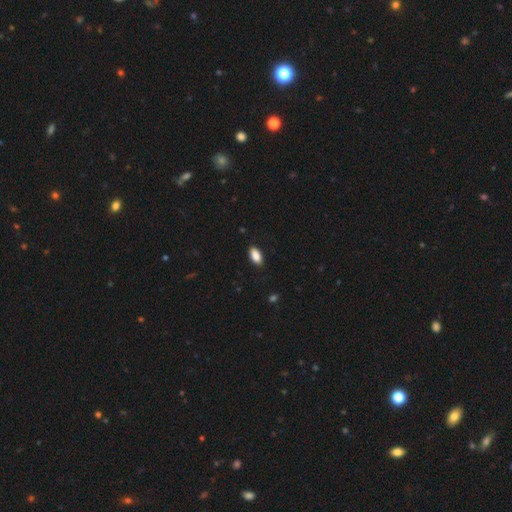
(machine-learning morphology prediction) Q: Smooth or featured?
A: smooth (88%); runner-up: star or artifact (7%)
Q: How rounded?
A: in between (91%); runner-up: cigar-shaped (7%)
Q: Merging?
A: none (86%); runner-up: minor disturbance (11%)